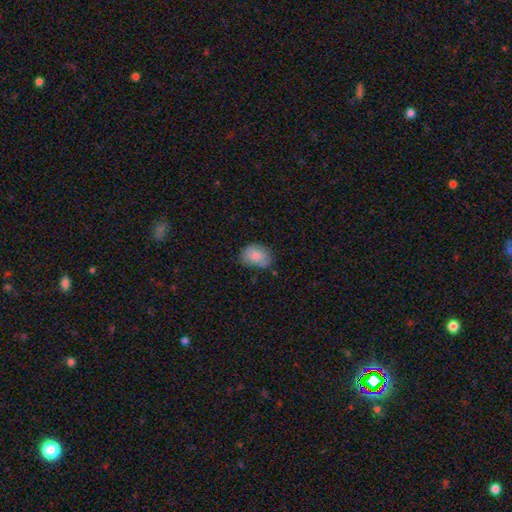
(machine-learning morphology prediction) Smooth or featured: smooth — 83% (featured or disk — 10%)
How rounded: in between — 70% (round — 29%)
Merging: none — 59% (minor disturbance — 31%)